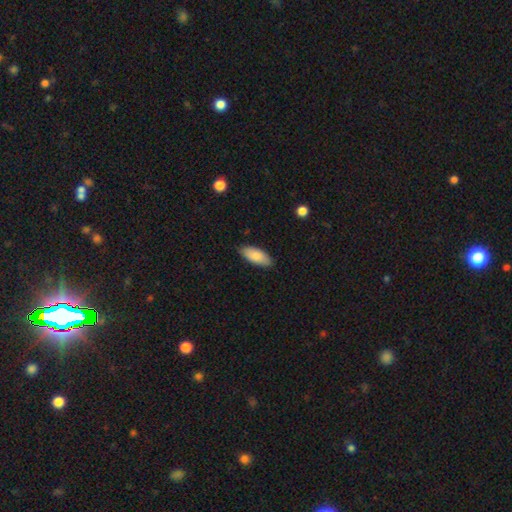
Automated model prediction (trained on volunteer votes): smooth 83%, featured or disk 11%, star or artifact 6%. Down the decision tree: how rounded — in between (87%); merging — none (86%).